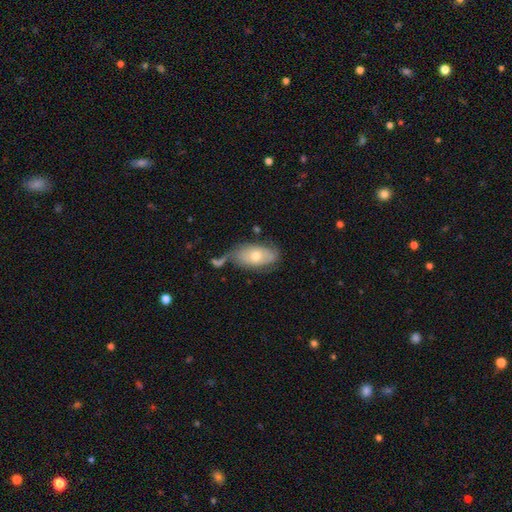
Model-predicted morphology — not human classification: smooth-or-featured: smooth: 59% | featured or disk: 34% | star or artifact: 7%
  how-rounded: in between: 91% | round: 5% | cigar-shaped: 3%
  merging: none: 50% | minor disturbance: 25% | merger: 15% | major disturbance: 11%